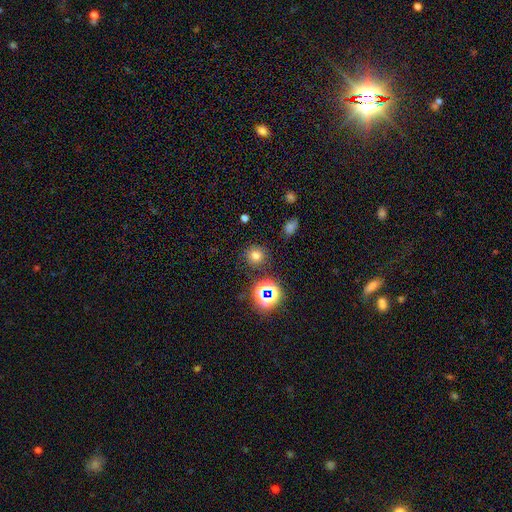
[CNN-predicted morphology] A smooth galaxy with no disk features (69%) that is round (90%).

Vote fractions:
- Smooth or featured? smooth: 69% / star or artifact: 23% / featured or disk: 8%
- How rounded? round: 90% / in between: 9% / cigar-shaped: 1%
- Merging? none: 85% / minor disturbance: 8% / major disturbance: 3% / merger: 3%